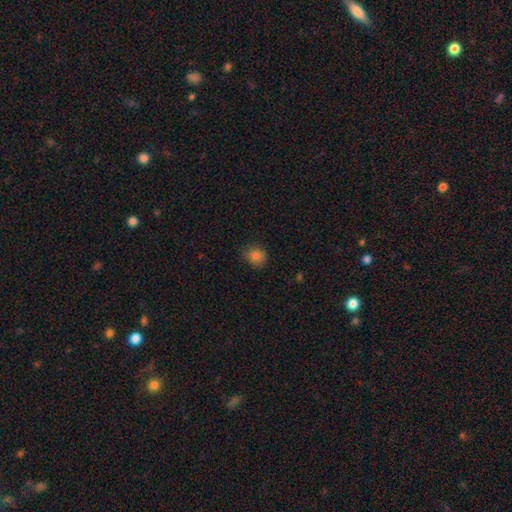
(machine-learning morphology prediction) Smooth or featured? smooth (83%)
How rounded? round (72%)
Merging? none (76%)